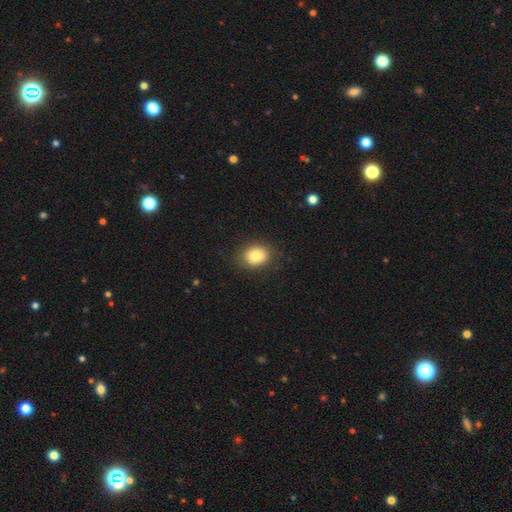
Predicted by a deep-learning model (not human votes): This appears to be a smooth galaxy with no disk features (85%) that is in between round and cigar-shaped (55%). Merging: none (85%).